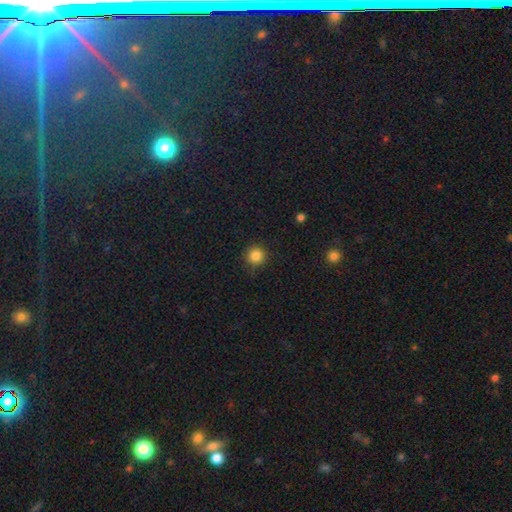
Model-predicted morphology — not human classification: Overall: smooth (85%). How rounded: round (95%). Merging: none (89%).